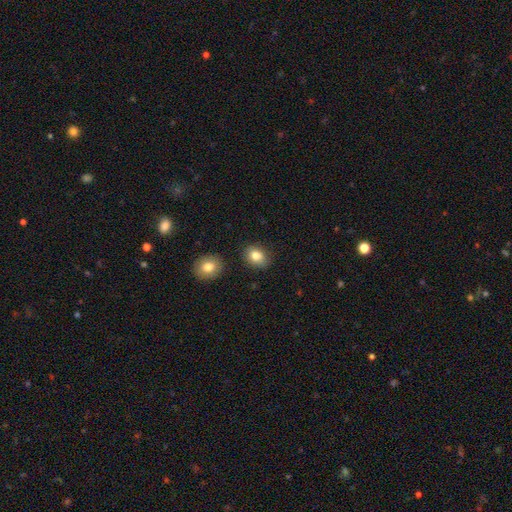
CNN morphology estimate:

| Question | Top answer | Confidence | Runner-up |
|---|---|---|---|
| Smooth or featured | smooth | 84% | star or artifact (9%) |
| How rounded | in between | 64% | round (35%) |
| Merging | none | 82% | minor disturbance (11%) |